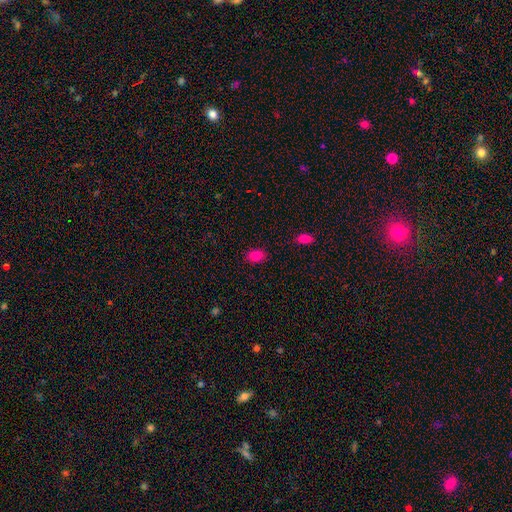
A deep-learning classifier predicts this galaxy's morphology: This appears to be a smooth galaxy with no disk features (83%) that is in between round and cigar-shaped (74%). Merging: none (87%).